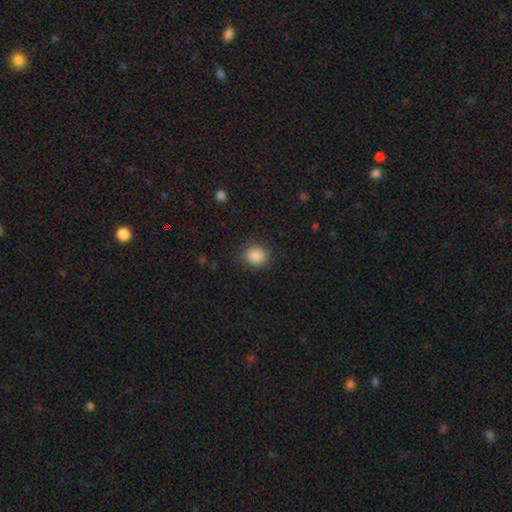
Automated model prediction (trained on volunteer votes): Smooth or featured?
  - smooth: 88% *
  - star or artifact: 9%
  - featured or disk: 3%
How rounded?
  - round: 78% *
  - in between: 21%
  - cigar-shaped: 1%
Merging?
  - none: 86% *
  - minor disturbance: 10%
  - major disturbance: 3%
  - merger: 1%